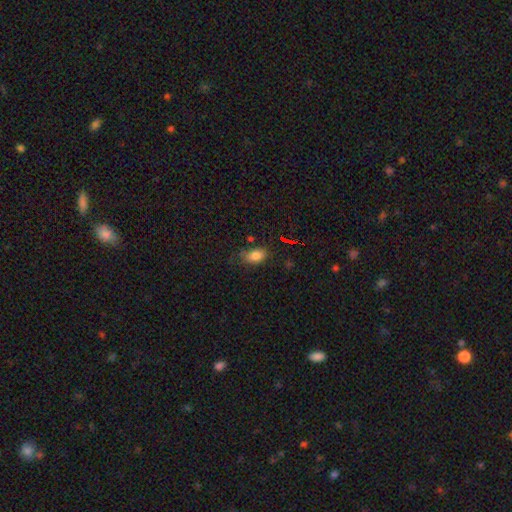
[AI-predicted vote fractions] Smooth or featured: smooth — 81% (star or artifact — 11%)
How rounded: in between — 86% (round — 11%)
Merging: none — 69% (minor disturbance — 21%)